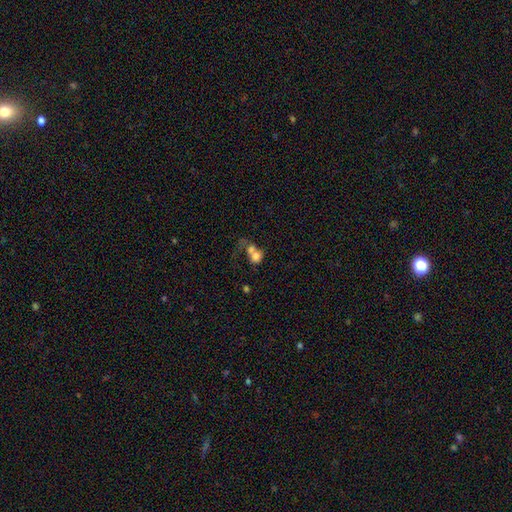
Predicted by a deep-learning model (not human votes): Smooth or featured? smooth (68%)
How rounded? round (62%)
Merging? merger (65%)